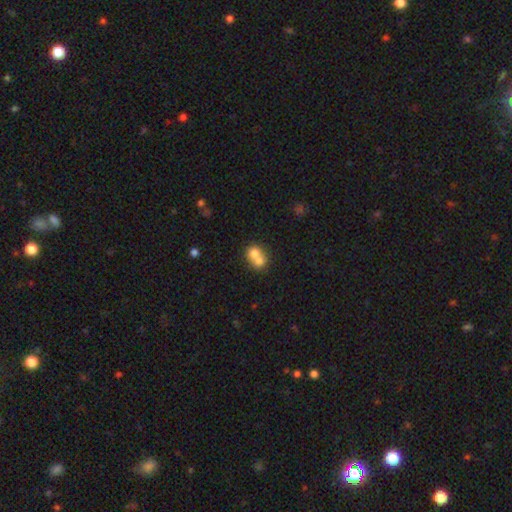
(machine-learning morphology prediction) Q: Smooth or featured?
A: smooth (71%); runner-up: featured or disk (19%)
Q: How rounded?
A: round (67%); runner-up: in between (32%)
Q: Merging?
A: merger (68%); runner-up: none (24%)